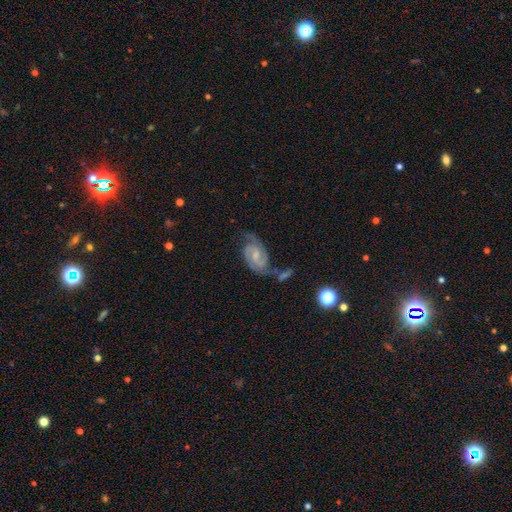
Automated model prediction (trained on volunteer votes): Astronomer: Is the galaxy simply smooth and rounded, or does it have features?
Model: featured or disk — 85%.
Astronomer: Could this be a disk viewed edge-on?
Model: no — 97%.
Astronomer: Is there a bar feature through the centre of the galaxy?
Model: weak — 51% (runner-up: no, 37%).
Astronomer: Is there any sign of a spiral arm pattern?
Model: yes — 97%.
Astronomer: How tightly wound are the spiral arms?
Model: medium — 49% (runner-up: tight, 36%).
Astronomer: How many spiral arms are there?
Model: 2 — 87%.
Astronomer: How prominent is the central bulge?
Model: small — 50% (runner-up: moderate, 35%).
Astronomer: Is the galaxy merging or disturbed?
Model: none — 57%.